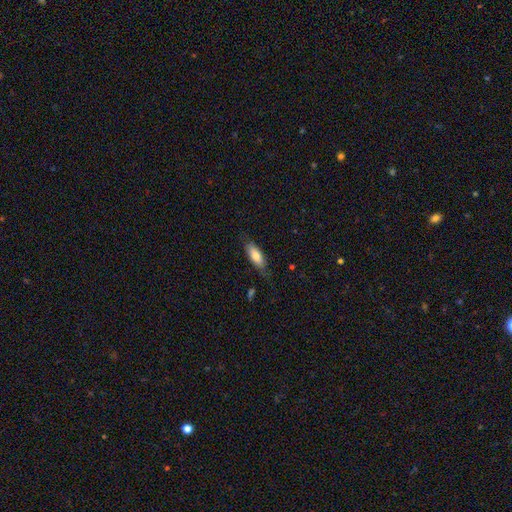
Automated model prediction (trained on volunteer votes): Smooth or featured? smooth (76%)
How rounded? in between (71%)
Merging? none (73%)